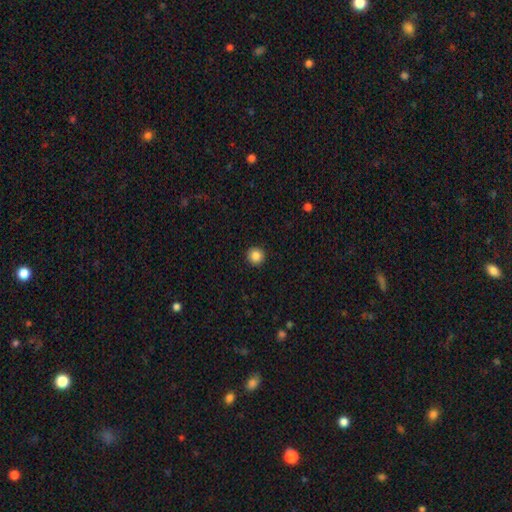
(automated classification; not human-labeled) This is clearly a smooth galaxy (86%). How rounded: clearly round (95%). Merging: clearly none (93%).